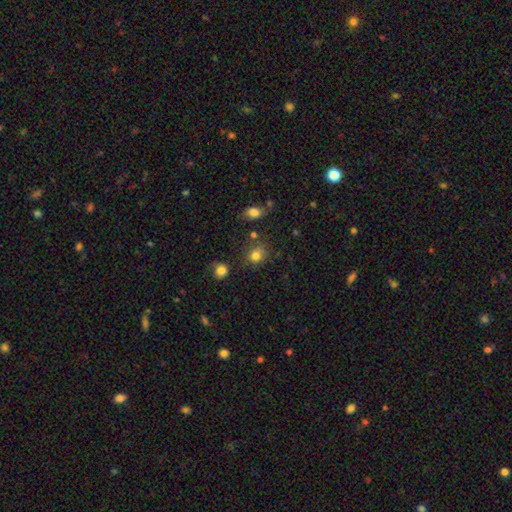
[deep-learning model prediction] This appears to be a smooth galaxy with no disk features (80%) that is round (75%). Merging: none (70%).